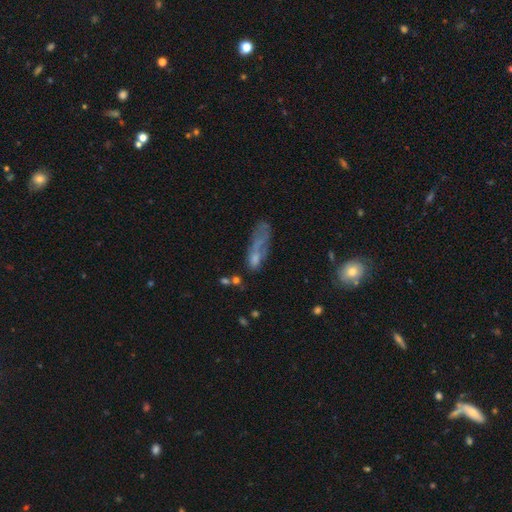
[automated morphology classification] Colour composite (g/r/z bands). It shows a smooth galaxy with no disk features (54%) that is in between round and cigar-shaped (53%). Merging: major disturbance (36%).